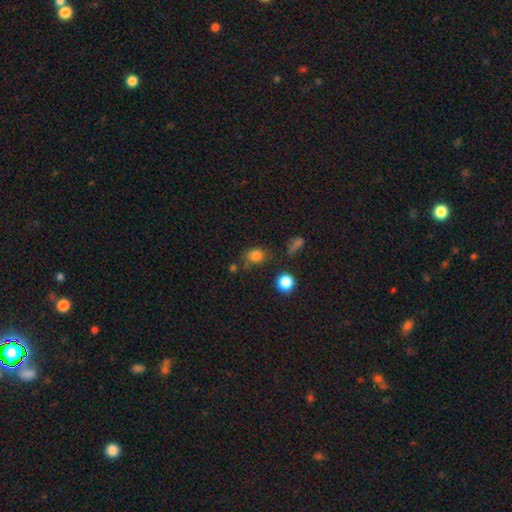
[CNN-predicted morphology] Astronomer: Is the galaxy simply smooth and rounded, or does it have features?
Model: smooth — 80%.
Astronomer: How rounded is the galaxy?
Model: round — 54% (runner-up: in between, 45%).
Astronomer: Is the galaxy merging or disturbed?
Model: none — 67%.